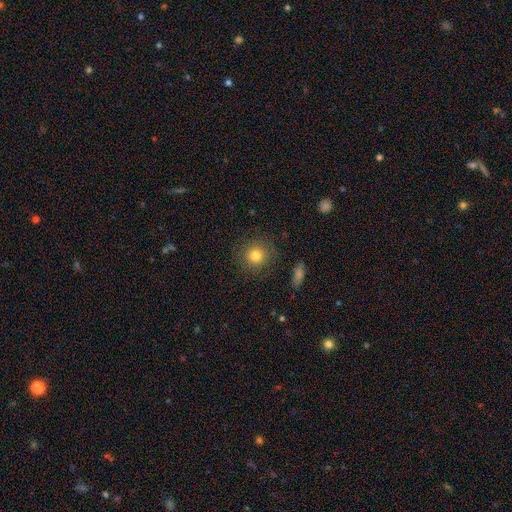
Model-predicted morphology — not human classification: smooth 80%, star or artifact 12%, featured or disk 9%. Down the decision tree: how rounded — round (92%); merging — none (88%).